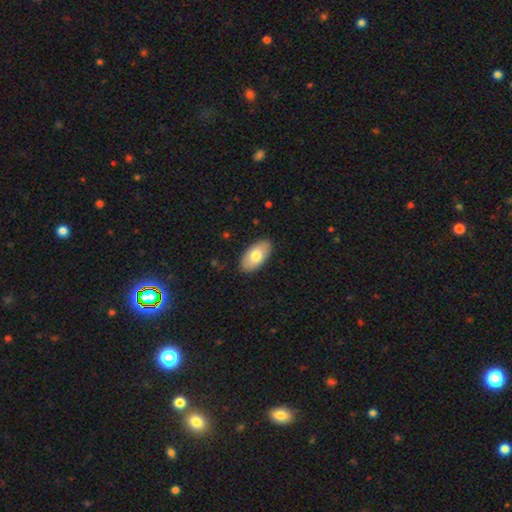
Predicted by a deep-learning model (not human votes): Smooth or featured: smooth — 75% (featured or disk — 19%)
How rounded: in between — 95% (round — 3%)
Merging: none — 88% (minor disturbance — 9%)